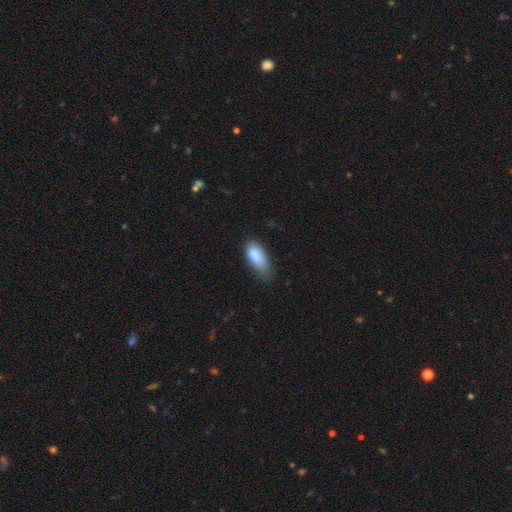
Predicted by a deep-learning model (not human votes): Q: Smooth or featured?
A: smooth (87%); runner-up: featured or disk (7%)
Q: How rounded?
A: in between (89%); runner-up: cigar-shaped (9%)
Q: Merging?
A: none (50%); runner-up: minor disturbance (39%)